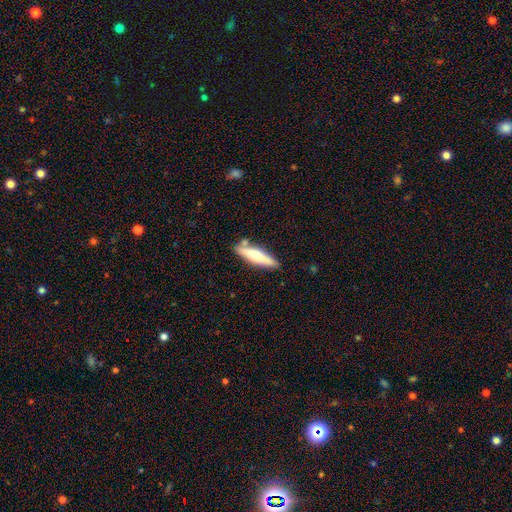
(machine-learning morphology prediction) Overall: smooth (56%; featured or disk 38%). How rounded: cigar-shaped (75%). Merging: none (78%).